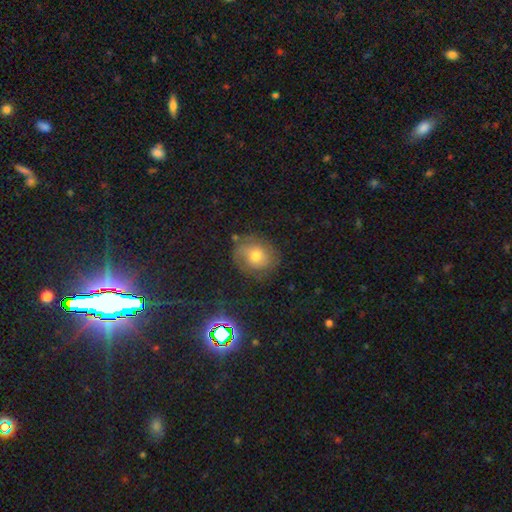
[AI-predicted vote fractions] This appears to be a smooth galaxy with no disk features (55%) that is round (68%). Merging: none (71%).